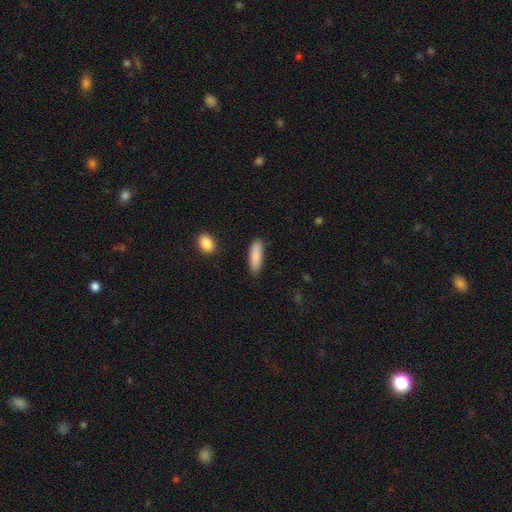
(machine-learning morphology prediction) This appears to be a smooth galaxy with no disk features (87%) that is cigar-shaped (50%). Merging: none (86%).